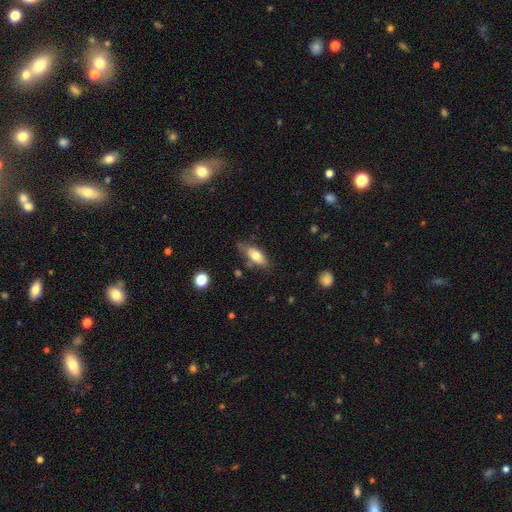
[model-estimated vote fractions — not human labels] A smooth galaxy with no disk features (70%) that is in between round and cigar-shaped (80%). Merging: none (66%).